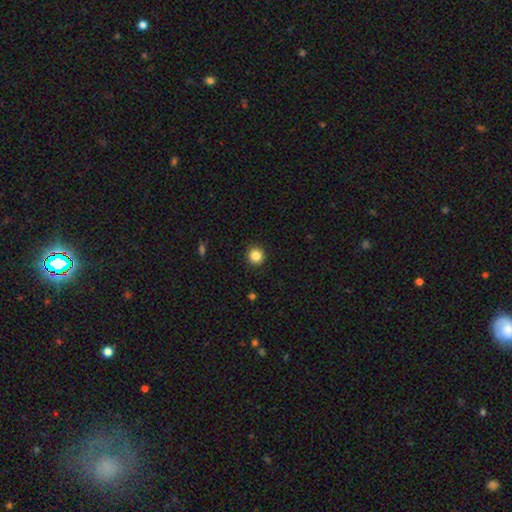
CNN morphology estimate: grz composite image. It shows a smooth galaxy with no disk features (85%) that is round (95%). Merging: none (92%).